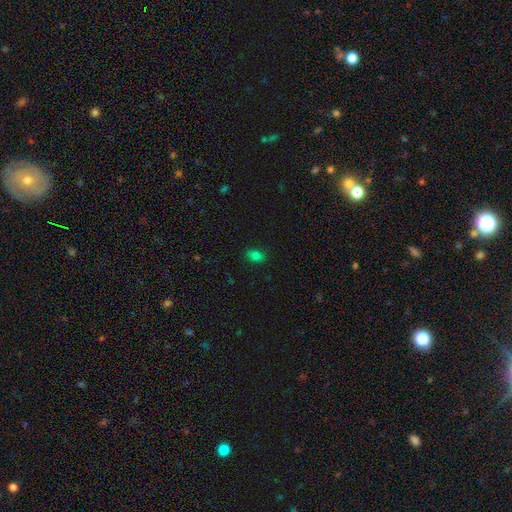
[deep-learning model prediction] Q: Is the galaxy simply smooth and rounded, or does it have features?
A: smooth — 80%.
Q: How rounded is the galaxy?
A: in between — 79%.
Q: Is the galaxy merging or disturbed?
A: none — 86%.